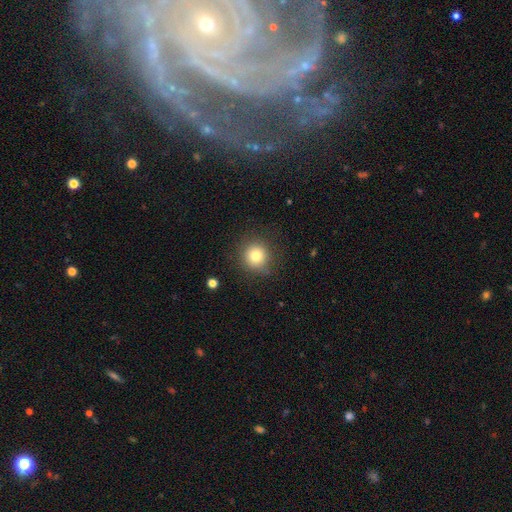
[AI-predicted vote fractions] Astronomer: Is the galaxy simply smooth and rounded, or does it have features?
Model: smooth — 79%.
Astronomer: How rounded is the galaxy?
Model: round — 92%.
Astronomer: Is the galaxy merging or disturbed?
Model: none — 85%.